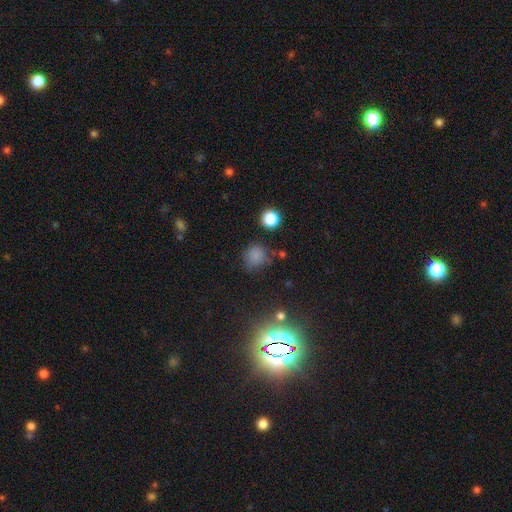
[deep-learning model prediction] A smooth galaxy with no disk features (73%) that is round (86%).

Vote fractions:
- Smooth or featured? smooth: 73% / star or artifact: 20% / featured or disk: 7%
- How rounded? round: 86% / in between: 13% / cigar-shaped: 1%
- Merging? none: 68% / minor disturbance: 20% / major disturbance: 7% / merger: 5%